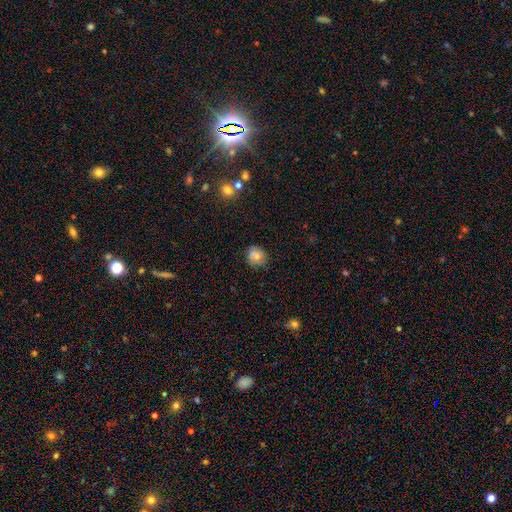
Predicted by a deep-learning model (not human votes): A smooth galaxy with no disk features (76%) that is round (79%). Merging: none (78%).